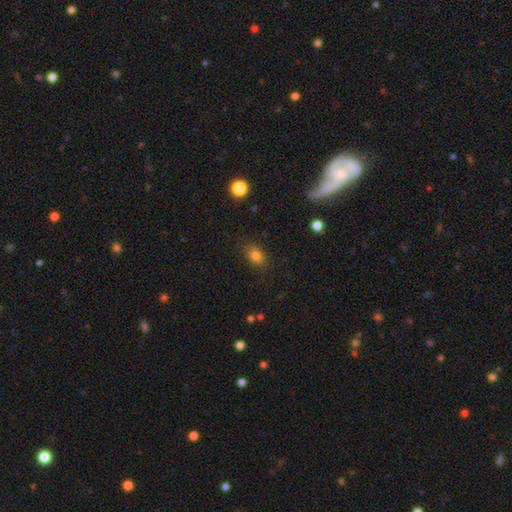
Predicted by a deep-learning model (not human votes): Smooth or featured?
  - smooth: 82% *
  - star or artifact: 12%
  - featured or disk: 6%
How rounded?
  - in between: 70% *
  - round: 28%
  - cigar-shaped: 2%
Merging?
  - none: 84% *
  - minor disturbance: 12%
  - major disturbance: 3%
  - merger: 1%